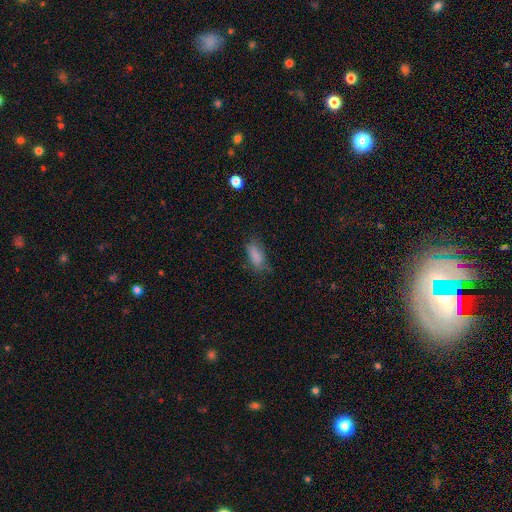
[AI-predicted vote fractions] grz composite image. It shows a smooth galaxy with no disk features (84%) that is in between round and cigar-shaped (83%). Merging: none (63%).